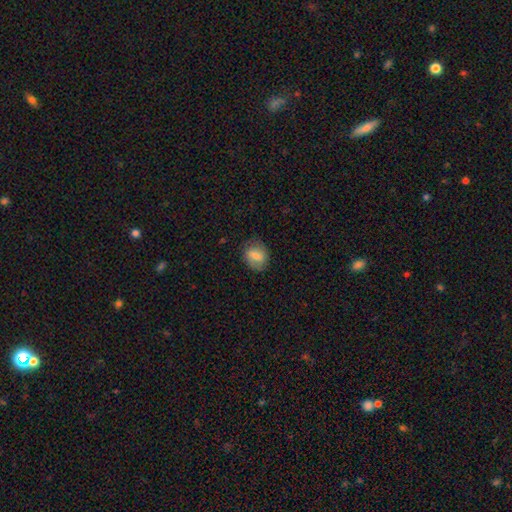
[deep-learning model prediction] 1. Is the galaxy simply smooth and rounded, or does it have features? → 68% smooth, 24% featured or disk, 8% star or artifact.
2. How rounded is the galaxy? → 56% in between, 42% round, 2% cigar-shaped.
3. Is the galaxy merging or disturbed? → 77% none, 17% minor disturbance, 5% major disturbance, 1% merger.